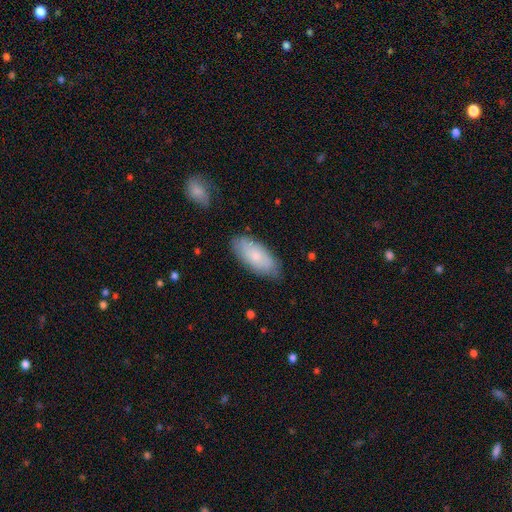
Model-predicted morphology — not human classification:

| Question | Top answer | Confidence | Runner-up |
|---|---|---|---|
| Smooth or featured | smooth | 76% | featured or disk (18%) |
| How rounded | in between | 88% | cigar-shaped (10%) |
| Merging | none | 80% | minor disturbance (16%) |